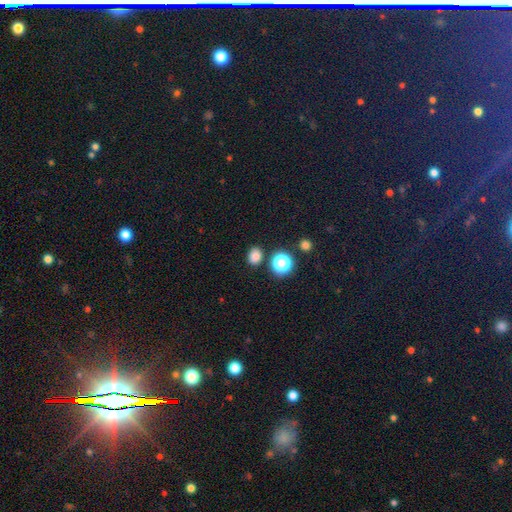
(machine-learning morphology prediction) A smooth galaxy with no disk features (80%) that is in between round and cigar-shaped (51%).

Vote fractions:
- Smooth or featured? smooth: 80% / star or artifact: 16% / featured or disk: 4%
- How rounded? in between: 51% / round: 48% / cigar-shaped: 1%
- Merging? none: 83% / minor disturbance: 10% / merger: 5% / major disturbance: 3%